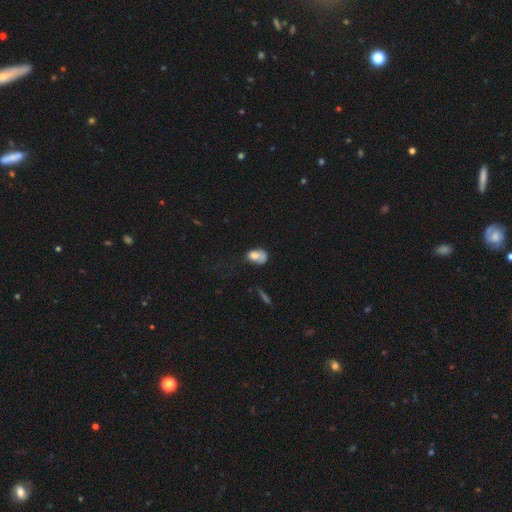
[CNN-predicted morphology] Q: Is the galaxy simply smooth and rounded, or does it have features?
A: smooth — 70%.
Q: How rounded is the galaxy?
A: in between — 77%.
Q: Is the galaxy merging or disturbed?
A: none — 30%.